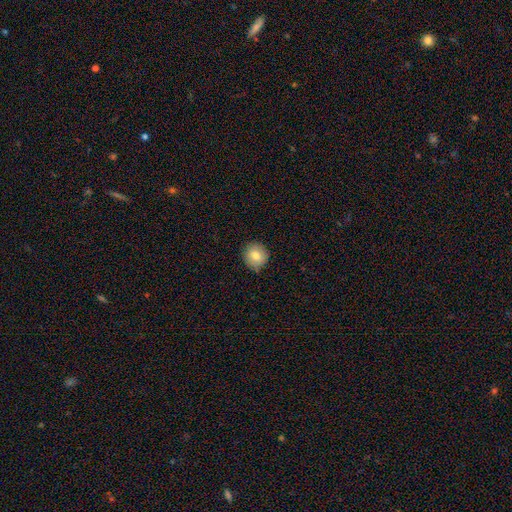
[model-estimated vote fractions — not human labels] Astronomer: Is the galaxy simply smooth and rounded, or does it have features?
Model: smooth — 79%.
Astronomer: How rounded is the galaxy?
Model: round — 88%.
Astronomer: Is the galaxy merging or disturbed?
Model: none — 85%.